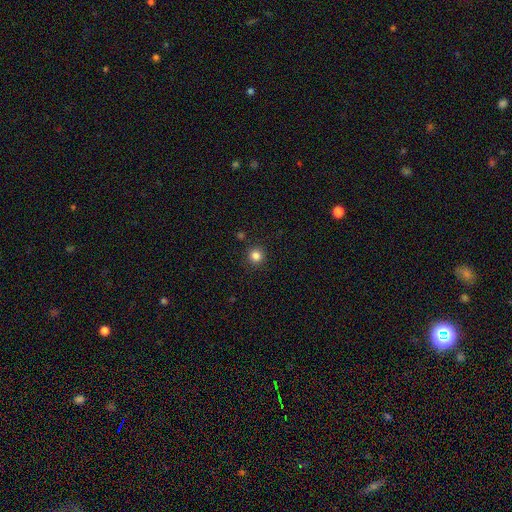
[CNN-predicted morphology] type=smooth (82%); roundness=round (95%); merging=none (91%).